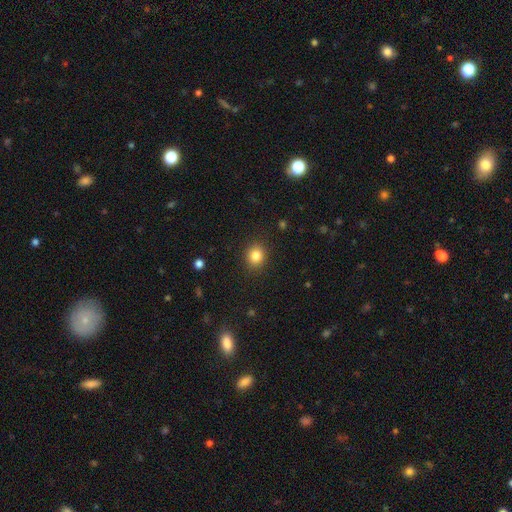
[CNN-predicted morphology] Q: Smooth or featured?
A: smooth (84%); runner-up: star or artifact (11%)
Q: How rounded?
A: round (75%); runner-up: in between (24%)
Q: Merging?
A: none (89%); runner-up: minor disturbance (7%)